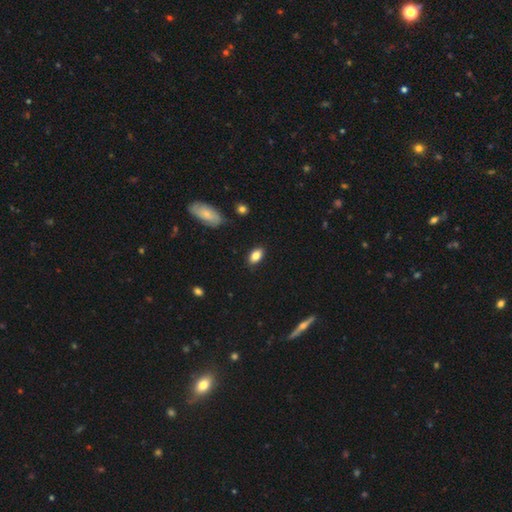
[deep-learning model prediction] Smooth or featured? Predicted: smooth (p=0.83). How rounded? Predicted: in between (p=0.90). Merging? Predicted: none (p=0.86).